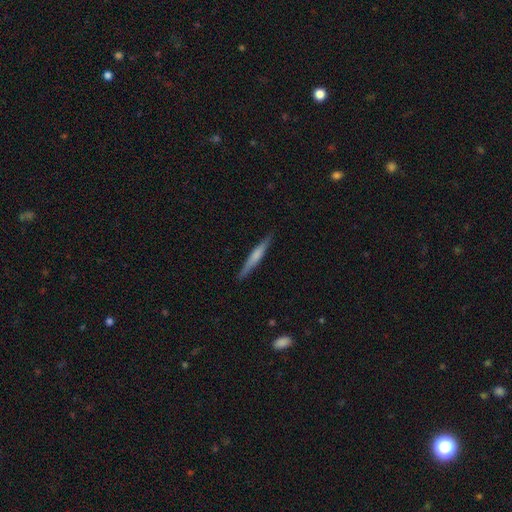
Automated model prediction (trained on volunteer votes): smooth-or-featured: smooth: 50% | featured or disk: 45% | star or artifact: 6%
  merging: none: 89% | minor disturbance: 9% | major disturbance: 2% | merger: 1%